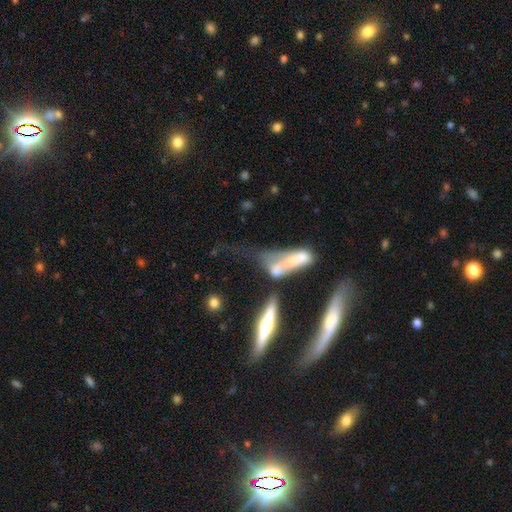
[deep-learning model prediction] Smooth or featured? Predicted: featured or disk (p=0.52). Edge-on disk? Predicted: yes (p=0.51). Merging? Predicted: merger (p=0.42).